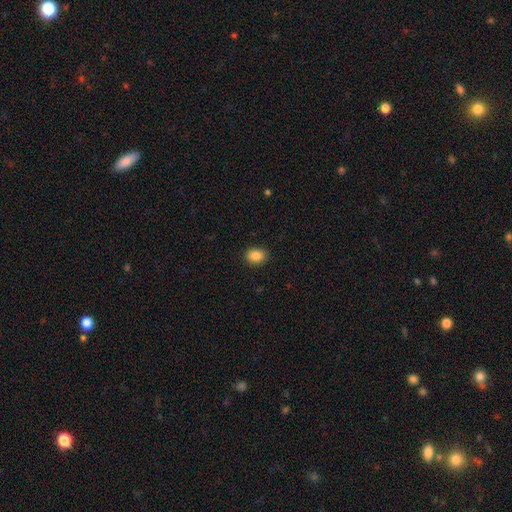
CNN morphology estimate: Q: Smooth or featured?
A: smooth (87%); runner-up: star or artifact (9%)
Q: How rounded?
A: in between (54%); runner-up: round (45%)
Q: Merging?
A: none (88%); runner-up: minor disturbance (9%)